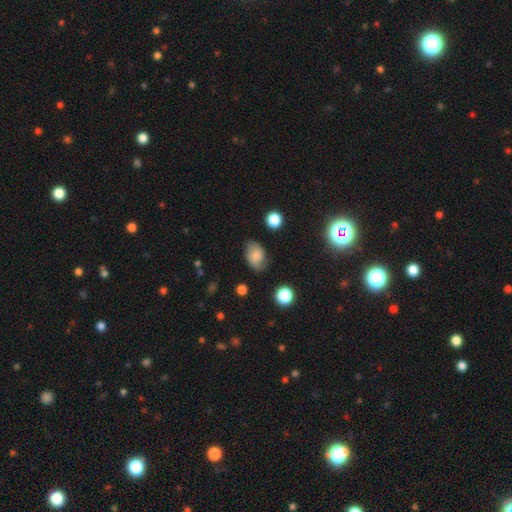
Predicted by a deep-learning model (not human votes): Q: Smooth or featured?
A: smooth (72%); runner-up: featured or disk (18%)
Q: How rounded?
A: in between (83%); runner-up: round (16%)
Q: Merging?
A: none (67%); runner-up: minor disturbance (25%)